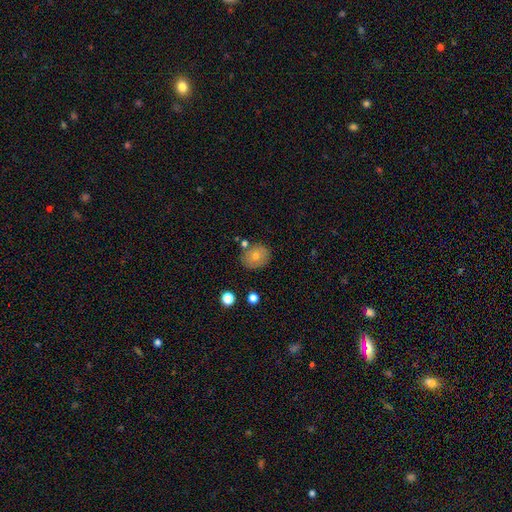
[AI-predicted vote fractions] A smooth galaxy with no disk features (62%) that is round (68%).

Vote fractions:
- Smooth or featured? smooth: 62% / featured or disk: 25% / star or artifact: 13%
- How rounded? round: 68% / in between: 30% / cigar-shaped: 1%
- Merging? none: 78% / minor disturbance: 13% / merger: 6% / major disturbance: 3%